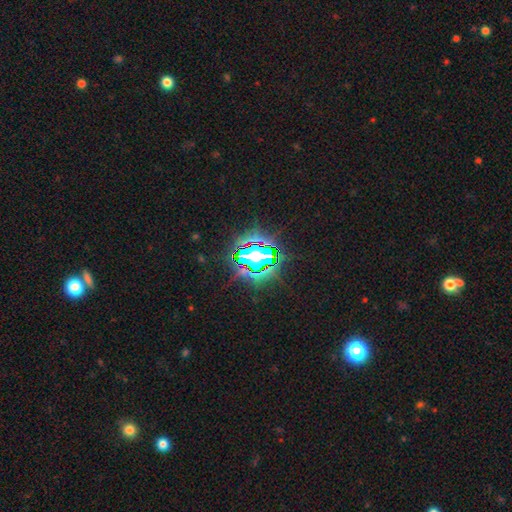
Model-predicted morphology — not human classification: Smooth or featured: star or artifact — 77% (smooth — 12%)